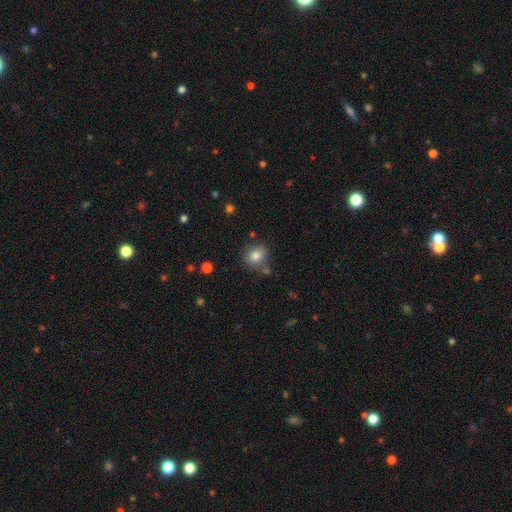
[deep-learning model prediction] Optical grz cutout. It shows a smooth galaxy with no disk features (81%) that is round (76%). Merging: none (74%).